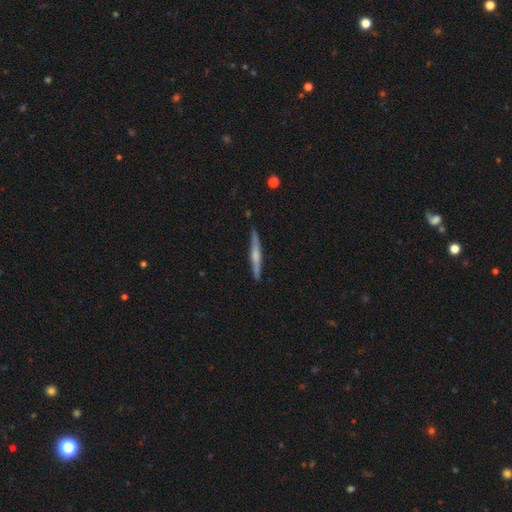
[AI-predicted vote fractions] Morphology: type=featured or disk (58%); edge-on=yes (97%); edge-on bulge=rounded (62%); merging=none (89%).